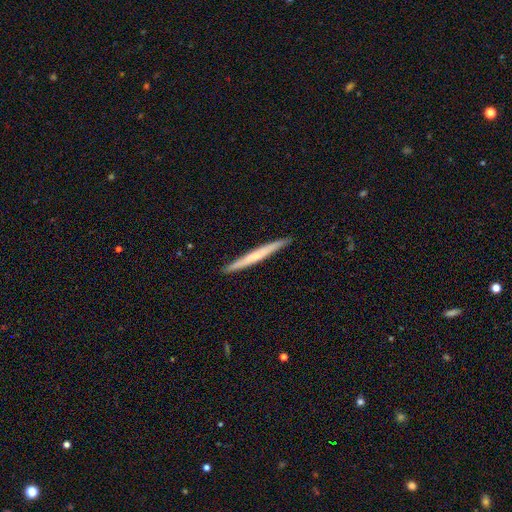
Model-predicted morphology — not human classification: A smooth galaxy with no disk features (47%, tied with featured or disk). Merging: none (92%).